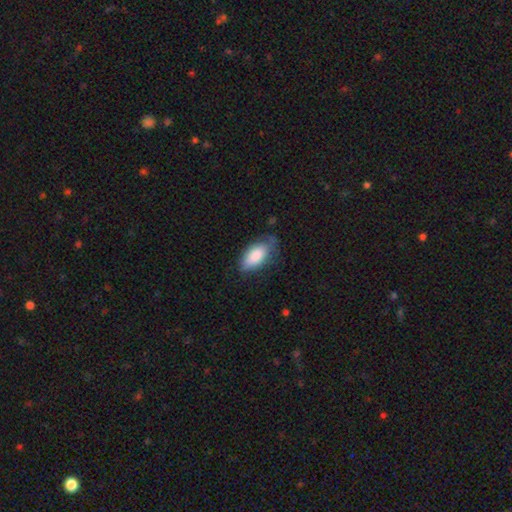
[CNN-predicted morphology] This is clearly a smooth galaxy (83%). How rounded: clearly in between (92%). Merging: possibly none (57%).